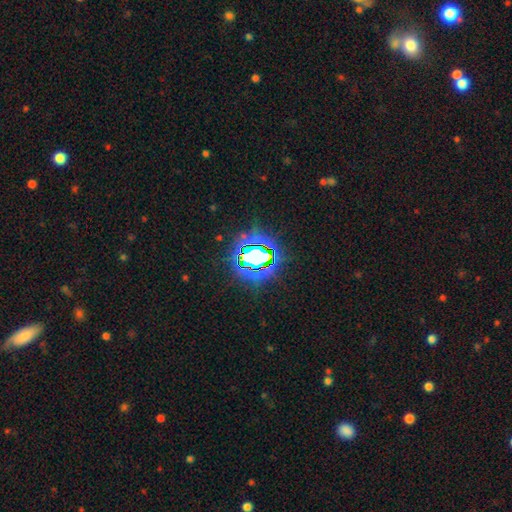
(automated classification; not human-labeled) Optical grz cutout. It shows a star or artifact, not a galaxy (79%).